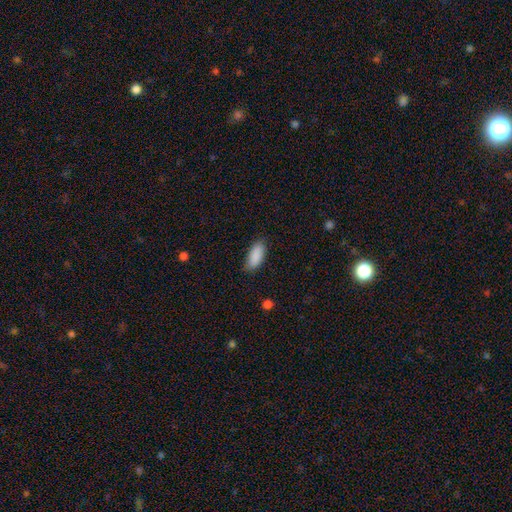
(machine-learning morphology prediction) smooth-or-featured: smooth: 90% | star or artifact: 6% | featured or disk: 4%
  how-rounded: in between: 88% | cigar-shaped: 11% | round: 2%
  merging: none: 83% | minor disturbance: 13% | major disturbance: 3% | merger: 1%